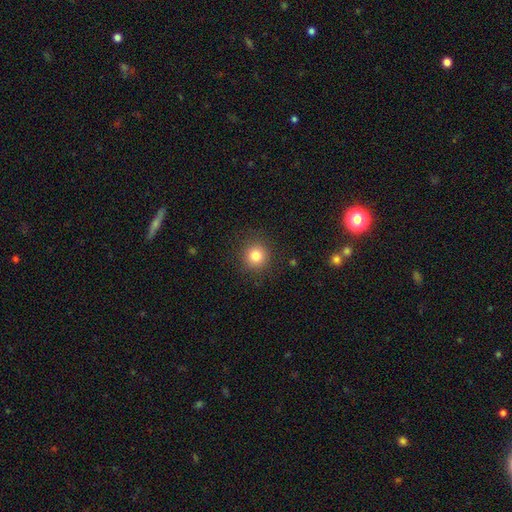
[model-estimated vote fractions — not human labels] Q: Smooth or featured?
A: smooth (82%); runner-up: star or artifact (12%)
Q: How rounded?
A: round (94%); runner-up: in between (5%)
Q: Merging?
A: none (90%); runner-up: minor disturbance (6%)